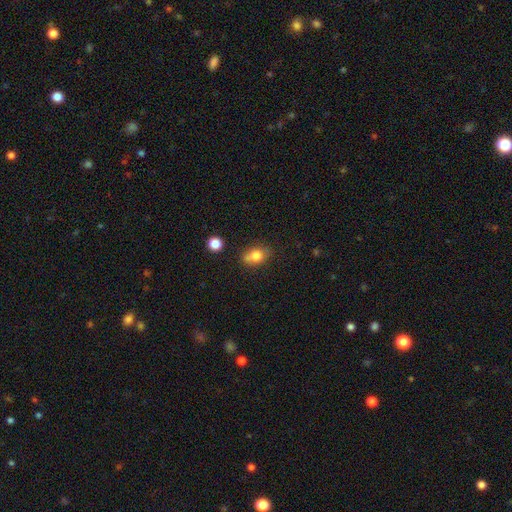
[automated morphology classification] A smooth galaxy with no disk features (78%) that is in between round and cigar-shaped (65%).

Vote fractions:
- Smooth or featured? smooth: 78% / featured or disk: 12% / star or artifact: 10%
- How rounded? in between: 65% / round: 34% / cigar-shaped: 2%
- Merging? none: 59% / minor disturbance: 19% / merger: 17% / major disturbance: 5%